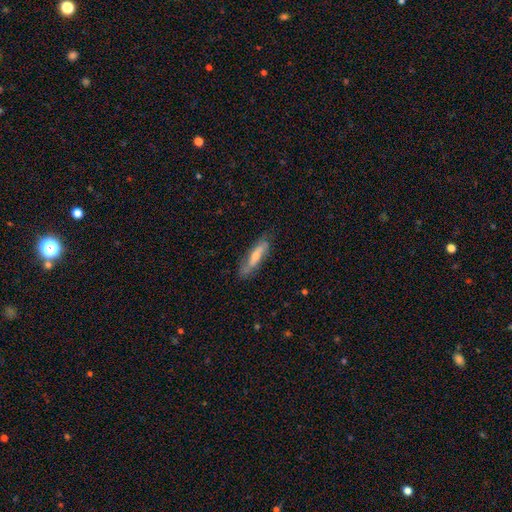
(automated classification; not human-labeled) Smooth or featured? Predicted: featured or disk (p=0.53). Edge-on disk? Predicted: yes (p=0.57). Merging? Predicted: none (p=0.76).